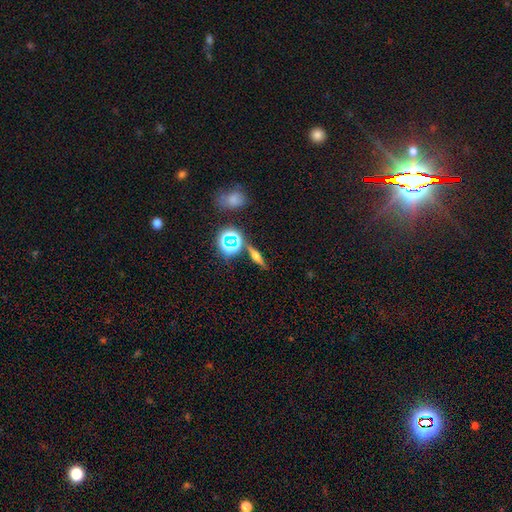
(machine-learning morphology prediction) Q: Smooth or featured?
A: featured or disk (42%); runner-up: smooth (36%)
Q: Merging?
A: none (81%); runner-up: minor disturbance (9%)